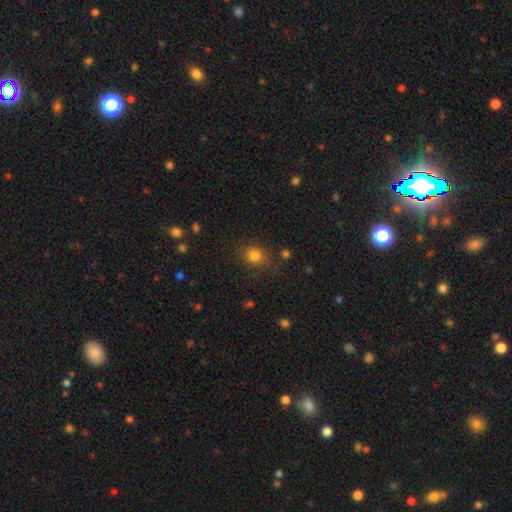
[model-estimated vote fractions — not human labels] Smooth or featured: smooth — 80% (star or artifact — 13%)
How rounded: round — 68% (in between — 31%)
Merging: none — 75% (minor disturbance — 16%)